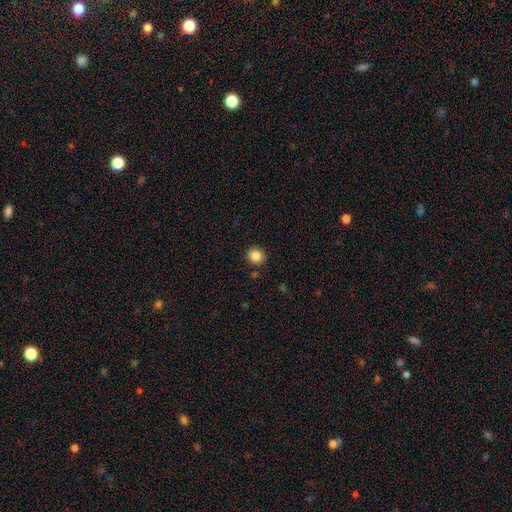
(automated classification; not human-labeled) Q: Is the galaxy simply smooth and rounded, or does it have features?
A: smooth — 86%.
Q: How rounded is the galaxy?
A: round — 86%.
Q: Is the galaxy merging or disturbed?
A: none — 89%.